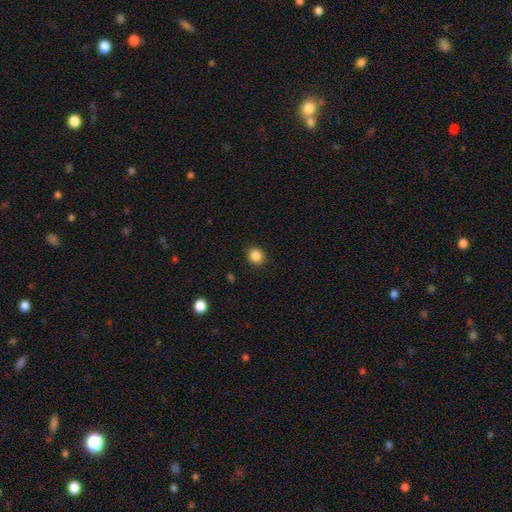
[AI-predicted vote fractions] The model was most divided on "how rounded": round: 77%, in between: 22%, cigar-shaped: 1%. More confident: merging — none (90%); smooth or featured — smooth (87%).